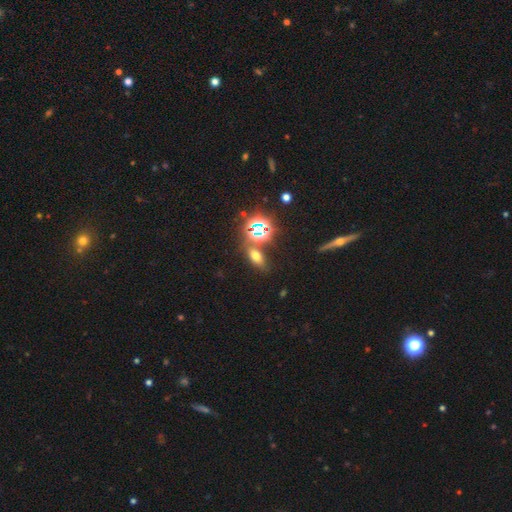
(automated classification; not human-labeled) Smooth or featured? Predicted: smooth (p=0.55). How rounded? Predicted: in between (p=0.73). Merging? Predicted: none (p=0.73).